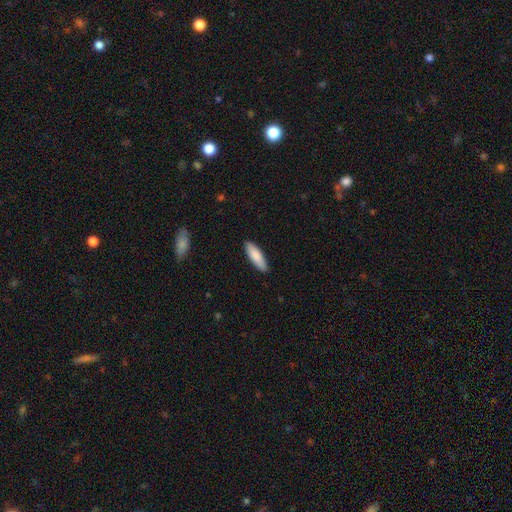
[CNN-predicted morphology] smooth 86%, featured or disk 9%, star or artifact 5%. Down the decision tree: how rounded — cigar-shaped (51%); merging — none (89%).